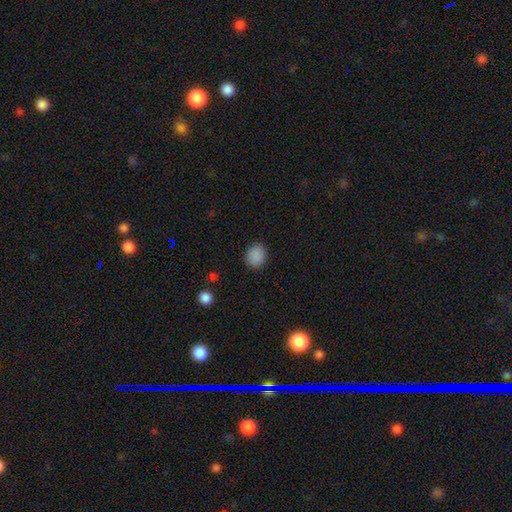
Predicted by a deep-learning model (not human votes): This is clearly a smooth galaxy (88%). How rounded: likely round (66%). Merging: clearly none (88%).